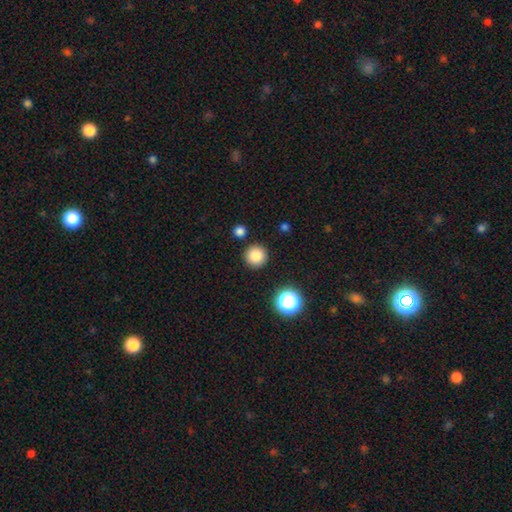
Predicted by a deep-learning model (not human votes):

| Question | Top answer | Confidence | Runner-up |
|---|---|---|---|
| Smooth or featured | smooth | 83% | star or artifact (12%) |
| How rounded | round | 96% | in between (3%) |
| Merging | none | 89% | minor disturbance (6%) |